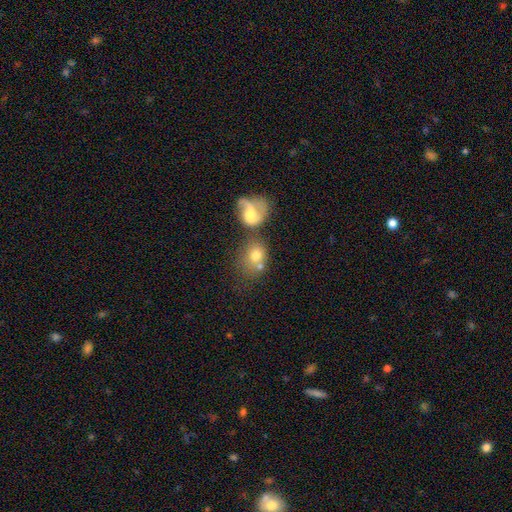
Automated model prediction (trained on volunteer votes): Smooth or featured? smooth (64%)
How rounded? round (63%)
Merging? merger (39%)